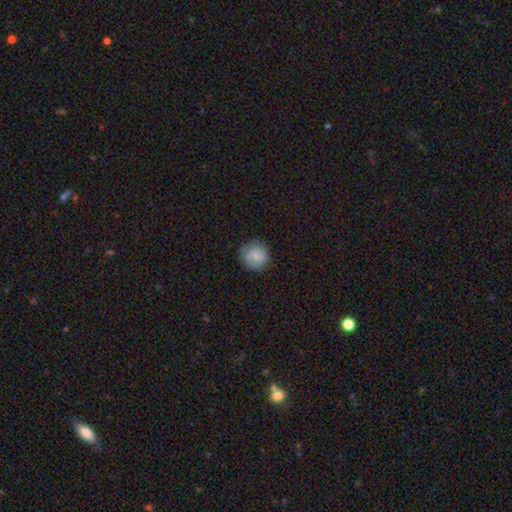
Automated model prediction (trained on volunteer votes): Smooth or featured: smooth — 80% (featured or disk — 12%)
How rounded: round — 91% (in between — 8%)
Merging: none — 75% (minor disturbance — 18%)